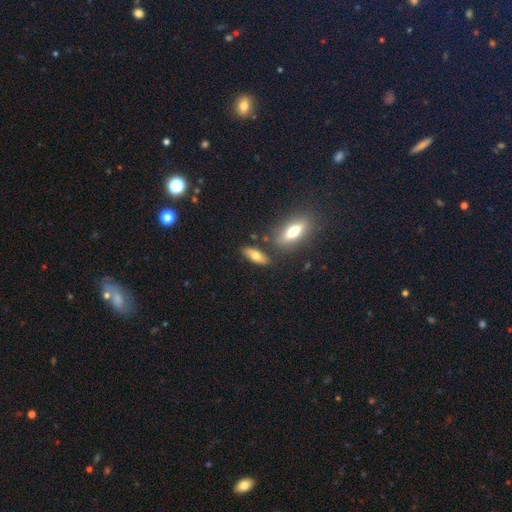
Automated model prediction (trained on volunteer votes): smooth 67%, featured or disk 26%, star or artifact 8%. Down the decision tree: how rounded — in between (67%); merging — none (76%).